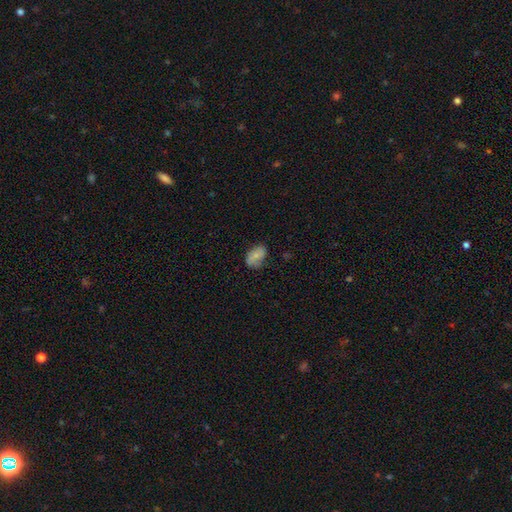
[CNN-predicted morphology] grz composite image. It shows a smooth galaxy with no disk features (73%) that is in between round and cigar-shaped (85%). Merging: none (61%).